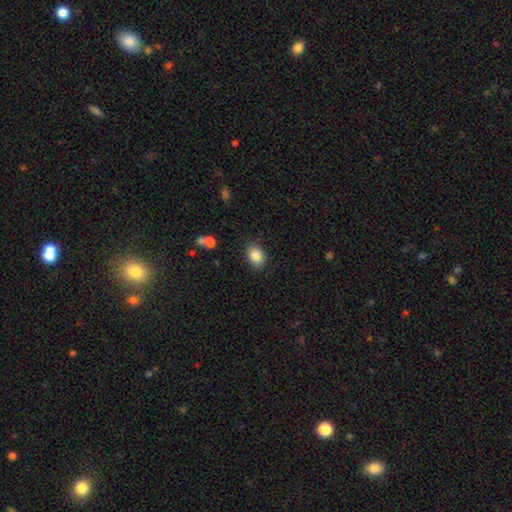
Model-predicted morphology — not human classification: Q: Smooth or featured?
A: smooth (86%); runner-up: star or artifact (9%)
Q: How rounded?
A: in between (59%); runner-up: round (40%)
Q: Merging?
A: none (83%); runner-up: minor disturbance (12%)